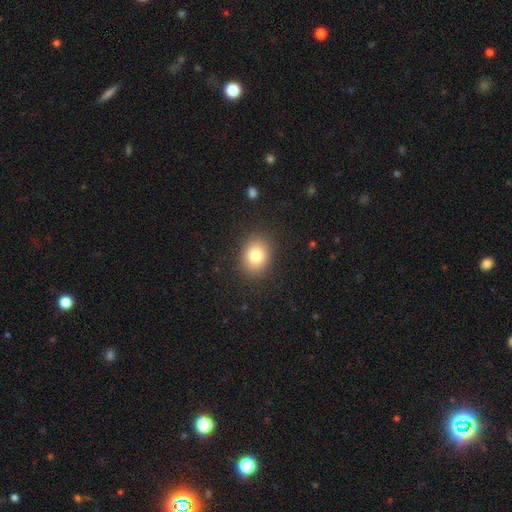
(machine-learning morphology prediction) type=smooth (80%); roundness=in between (50%); merging=none (88%).